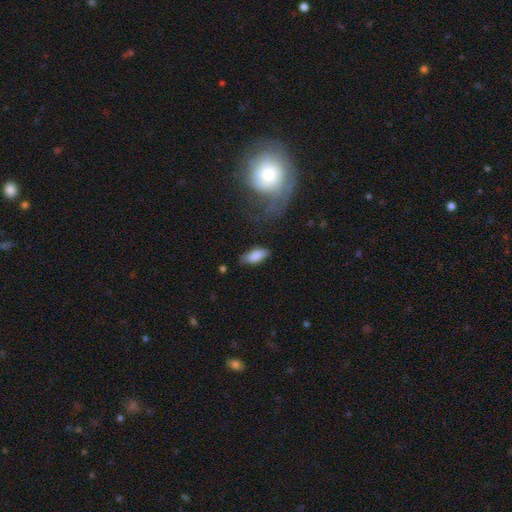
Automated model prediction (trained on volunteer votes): A smooth galaxy with no disk features (84%) that is in between round and cigar-shaped (87%). Merging: none (75%).